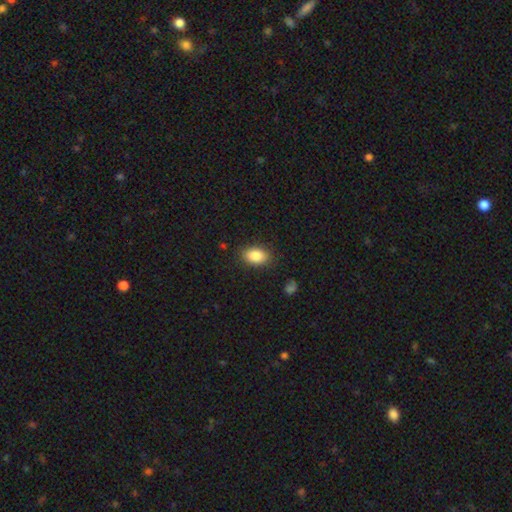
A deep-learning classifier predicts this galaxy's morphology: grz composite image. It shows a smooth galaxy with no disk features (86%) that is in between round and cigar-shaped (87%). Merging: none (84%).